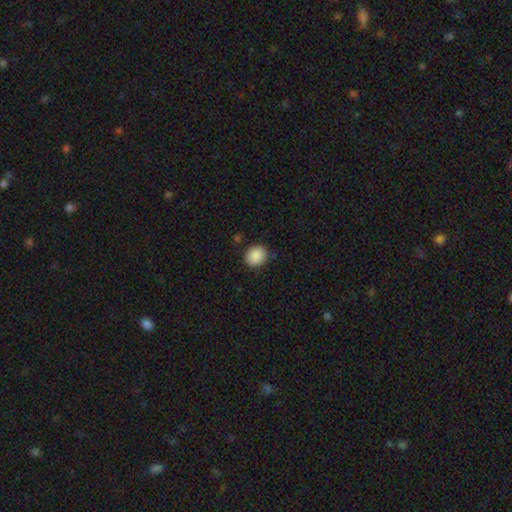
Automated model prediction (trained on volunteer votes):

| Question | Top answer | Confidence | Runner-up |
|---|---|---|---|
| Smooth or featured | smooth | 89% | star or artifact (8%) |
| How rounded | round | 73% | in between (27%) |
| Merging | none | 86% | minor disturbance (9%) |